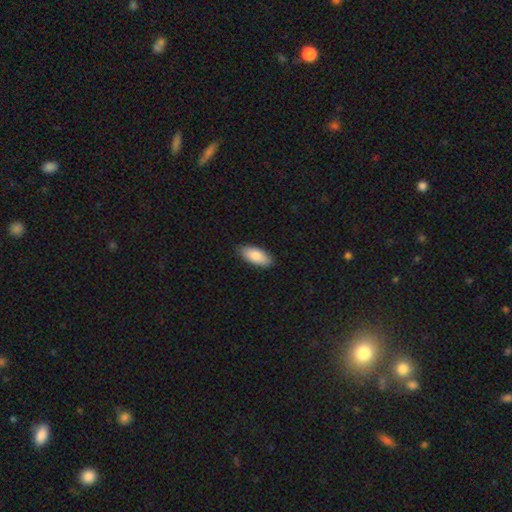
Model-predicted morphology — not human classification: The model was most divided on "smooth or featured": smooth: 85%, featured or disk: 10%, star or artifact: 6%. More confident: how rounded — in between (87%); merging — none (87%).